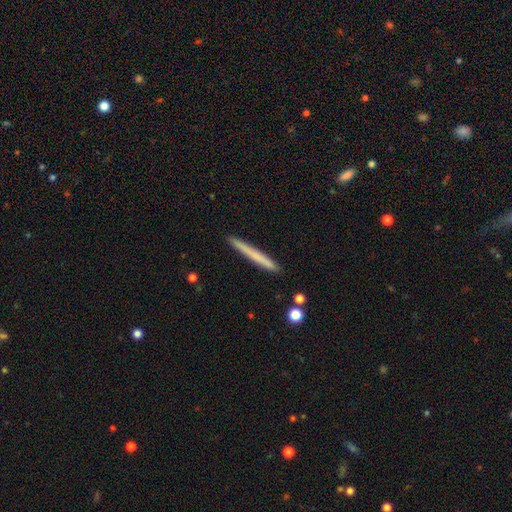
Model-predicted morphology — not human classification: Smooth or featured?
  - smooth: 65% *
  - featured or disk: 29%
  - star or artifact: 6%
How rounded?
  - cigar-shaped: 97% *
  - in between: 2%
  - round: 1%
Merging?
  - none: 91% *
  - minor disturbance: 6%
  - merger: 2%
  - major disturbance: 1%